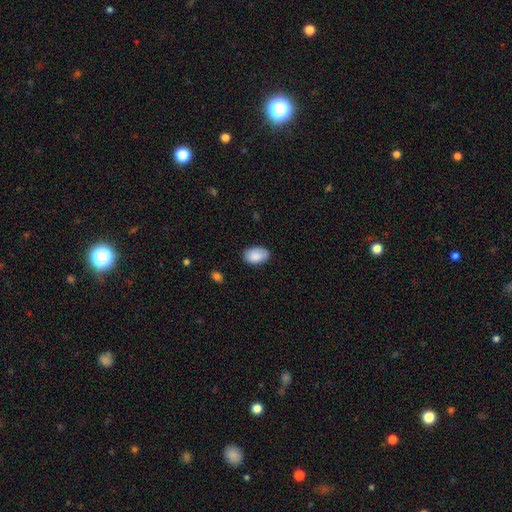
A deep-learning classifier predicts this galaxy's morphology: type=smooth (88%); roundness=in between (91%); merging=none (81%).